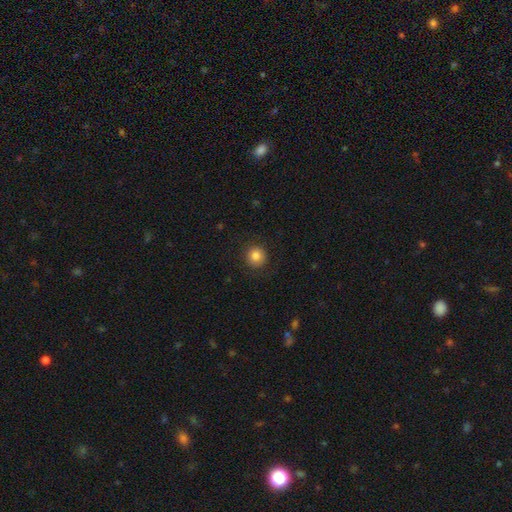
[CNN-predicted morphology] Smooth or featured?
  - smooth: 84% *
  - star or artifact: 11%
  - featured or disk: 5%
How rounded?
  - round: 93% *
  - in between: 6%
  - cigar-shaped: 1%
Merging?
  - none: 90% *
  - minor disturbance: 7%
  - major disturbance: 3%
  - merger: 1%